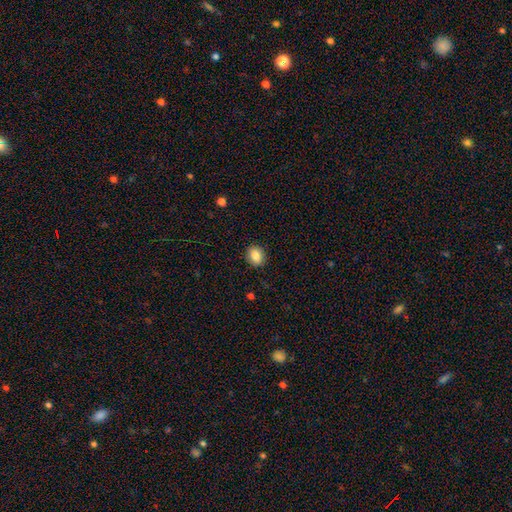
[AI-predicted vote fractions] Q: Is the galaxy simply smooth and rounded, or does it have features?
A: smooth — 84%.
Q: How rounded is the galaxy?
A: round — 60%.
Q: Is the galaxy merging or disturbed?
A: none — 89%.